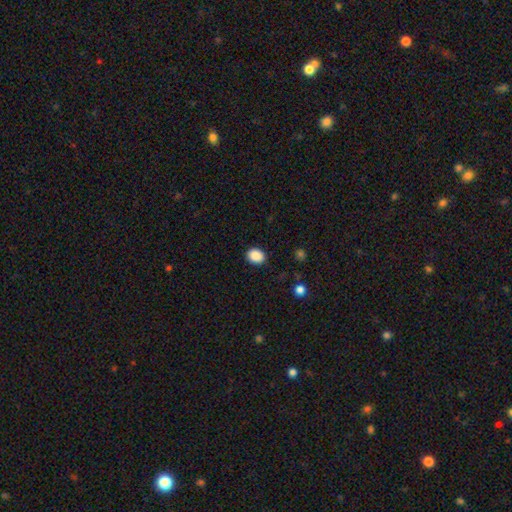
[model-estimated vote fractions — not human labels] Overall: smooth (89%). How rounded: in between (56%; round 43%). Merging: none (88%).